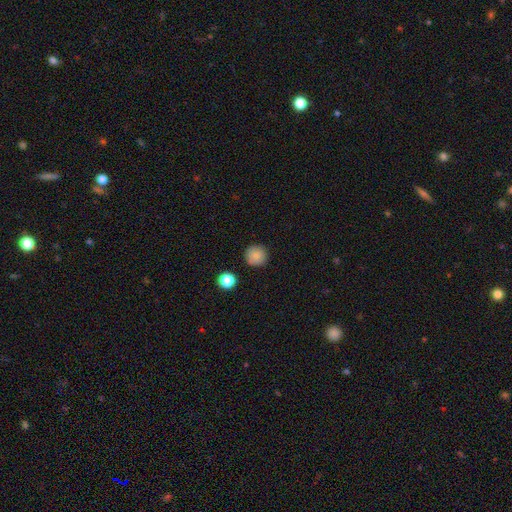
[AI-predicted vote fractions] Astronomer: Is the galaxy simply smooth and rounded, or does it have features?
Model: smooth — 85%.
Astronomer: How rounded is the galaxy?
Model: round — 95%.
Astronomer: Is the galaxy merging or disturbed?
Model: none — 88%.